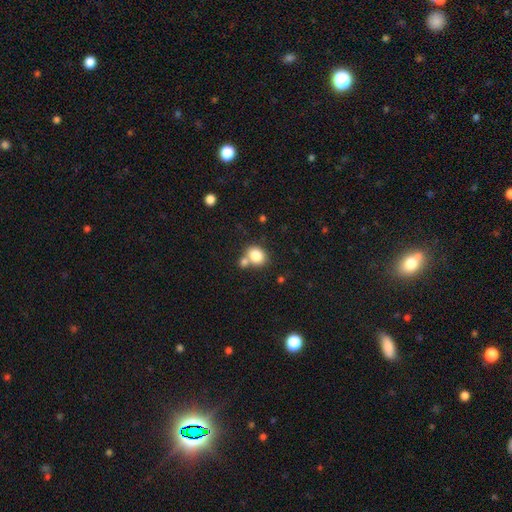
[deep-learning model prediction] smooth_or_featured: smooth (p=0.84) [alt: star or artifact p=0.09]
how_rounded: round (p=0.54) [alt: in between p=0.45]
merging: none (p=0.52) [alt: merger p=0.34]